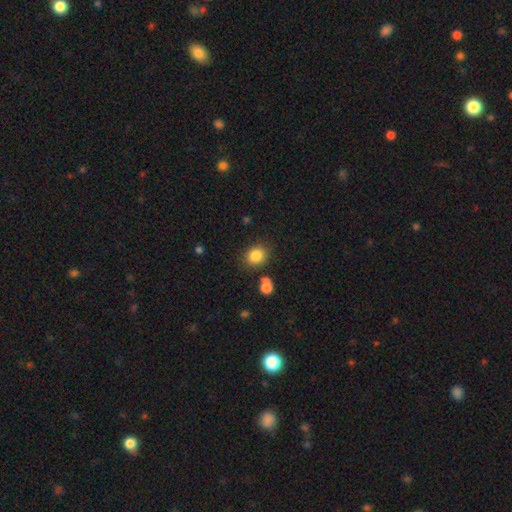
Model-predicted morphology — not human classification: This appears to be a smooth galaxy with no disk features (84%) that is round (66%). Merging: none (79%).